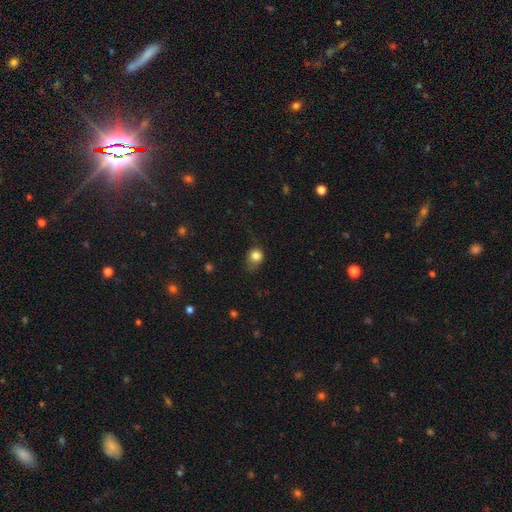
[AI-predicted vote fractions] Smooth or featured? smooth (81%)
How rounded? round (62%)
Merging? none (40%)